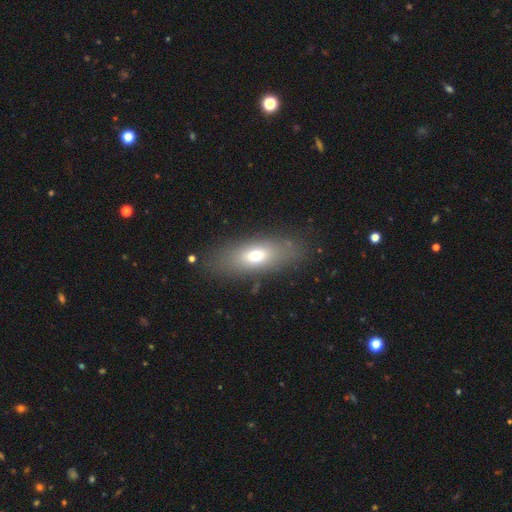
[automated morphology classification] This is likely a smooth galaxy (67%). How rounded: likely in between (74%). Merging: clearly none (82%).